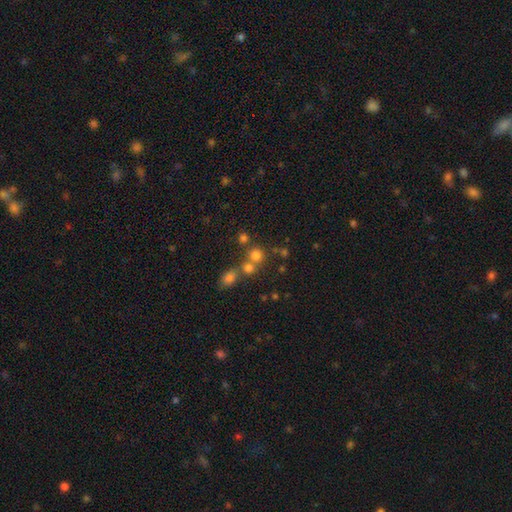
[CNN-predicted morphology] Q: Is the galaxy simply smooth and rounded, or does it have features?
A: smooth — 72%.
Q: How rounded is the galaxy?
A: round — 86%.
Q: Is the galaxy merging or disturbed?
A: none — 56%.